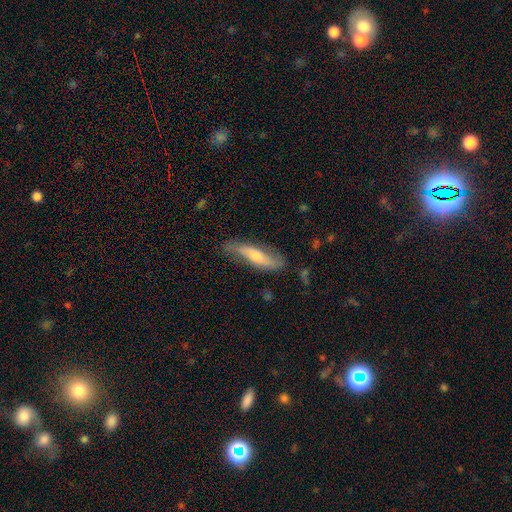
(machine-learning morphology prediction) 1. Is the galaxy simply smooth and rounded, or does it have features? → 56% featured or disk, 38% smooth, 6% star or artifact.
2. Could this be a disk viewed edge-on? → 54% no, 46% yes.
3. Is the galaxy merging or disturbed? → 71% none, 22% minor disturbance, 5% major disturbance, 2% merger.